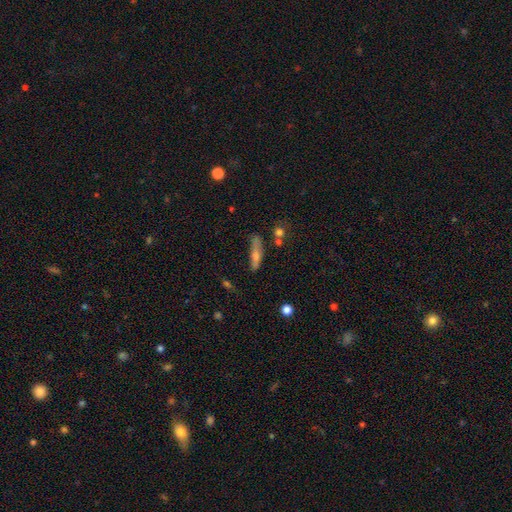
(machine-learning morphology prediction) Smooth or featured? smooth (49%)
Merging? none (66%)